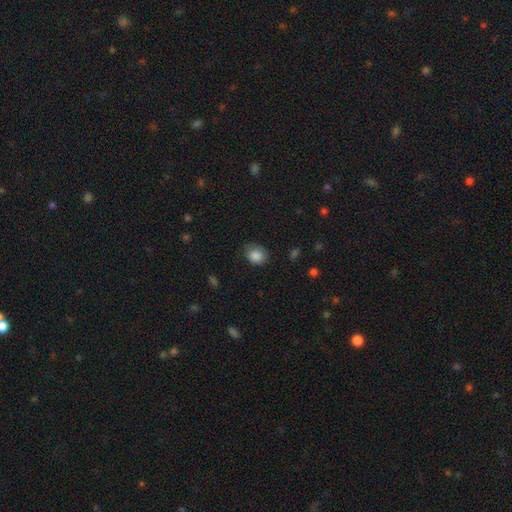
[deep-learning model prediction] Morphology: type=smooth (85%); roundness=in between (50%); merging=none (65%).